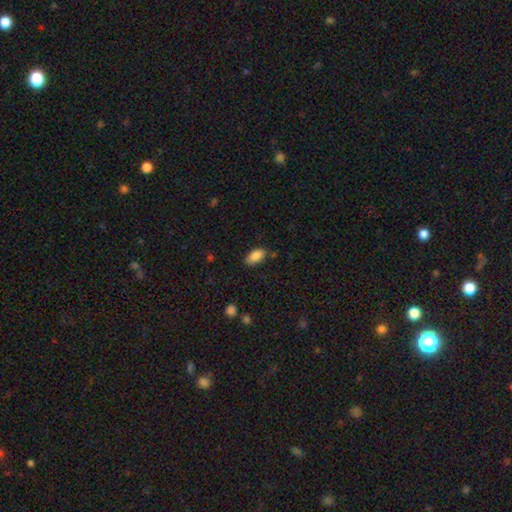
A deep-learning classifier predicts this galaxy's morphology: Smooth or featured?
  - smooth: 86% *
  - star or artifact: 8%
  - featured or disk: 6%
How rounded?
  - in between: 91% *
  - cigar-shaped: 6%
  - round: 3%
Merging?
  - none: 81% *
  - minor disturbance: 14%
  - major disturbance: 3%
  - merger: 2%